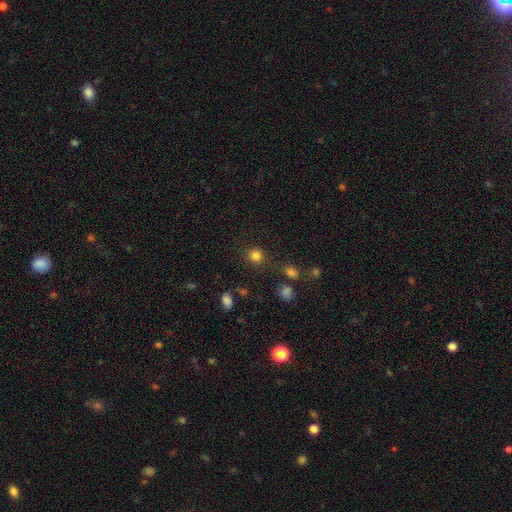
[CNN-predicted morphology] Overall: smooth (82%). How rounded: round (88%). Merging: none (83%).